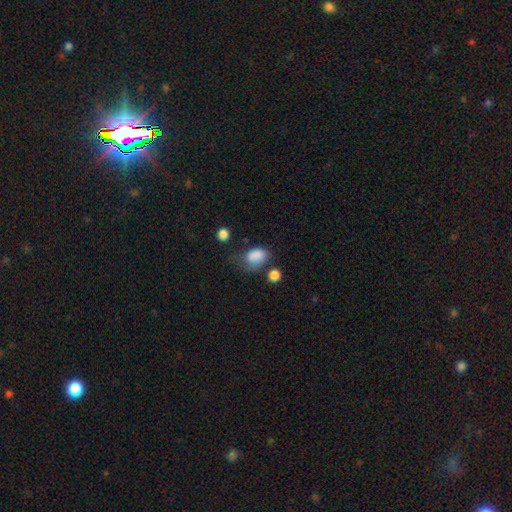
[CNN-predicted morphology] The model was most divided on "merging": none: 36%, minor disturbance: 32%, major disturbance: 24%, merger: 8%. More confident: smooth or featured — smooth (83%); how rounded — in between (78%).